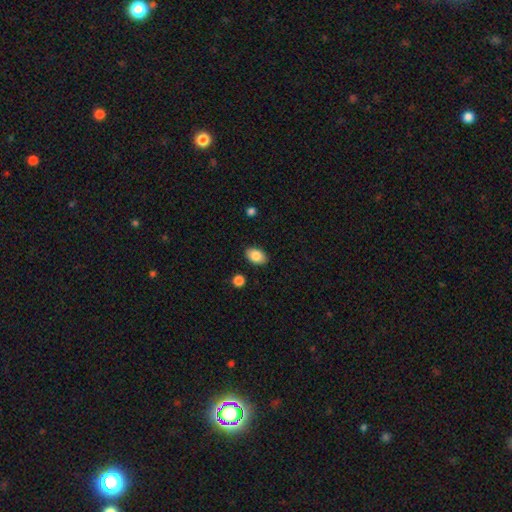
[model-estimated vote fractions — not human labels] Q: Smooth or featured?
A: smooth (86%); runner-up: star or artifact (7%)
Q: How rounded?
A: in between (89%); runner-up: round (10%)
Q: Merging?
A: none (87%); runner-up: minor disturbance (9%)